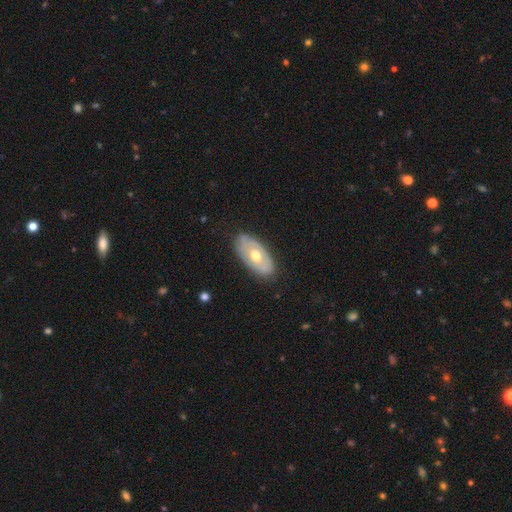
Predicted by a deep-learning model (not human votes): Smooth or featured?
  - featured or disk: 51% *
  - smooth: 44%
  - star or artifact: 5%
Edge-on disk?
  - no: 85% *
  - yes: 15%
Merging?
  - none: 81% *
  - minor disturbance: 15%
  - major disturbance: 3%
  - merger: 1%